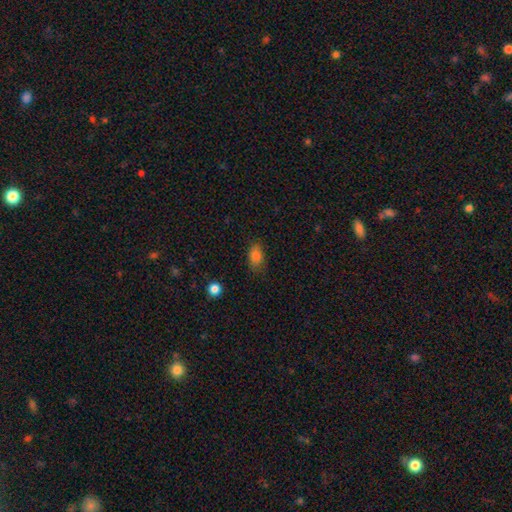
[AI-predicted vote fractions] Morphology: type=smooth (83%); roundness=in between (86%); merging=none (76%).